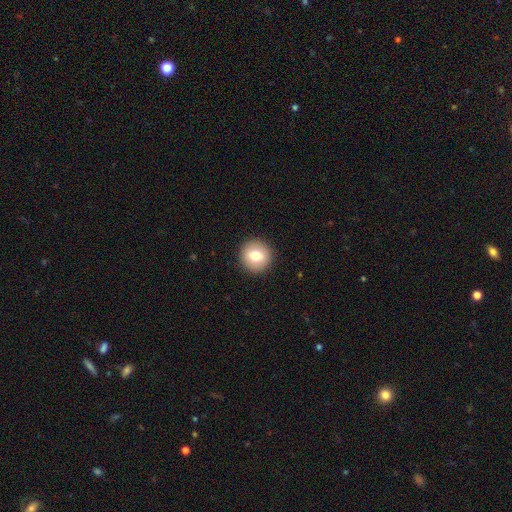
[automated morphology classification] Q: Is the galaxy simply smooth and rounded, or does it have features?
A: smooth — 75%.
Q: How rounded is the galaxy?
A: round — 95%.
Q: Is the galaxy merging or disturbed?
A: none — 93%.